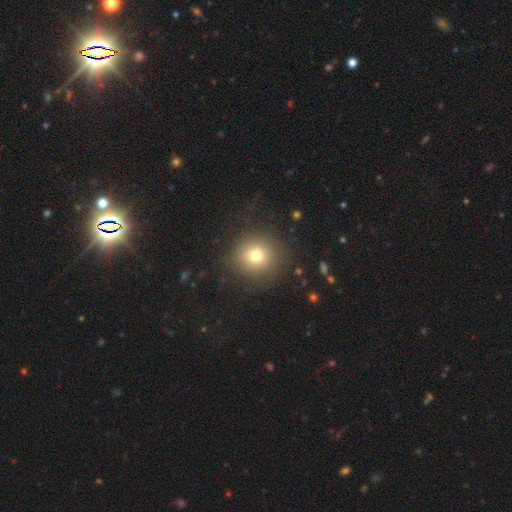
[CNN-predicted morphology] smooth-or-featured: smooth: 73% | star or artifact: 15% | featured or disk: 12%
  how-rounded: round: 94% | in between: 6% | cigar-shaped: 1%
  merging: none: 86% | minor disturbance: 8% | major disturbance: 4% | merger: 1%